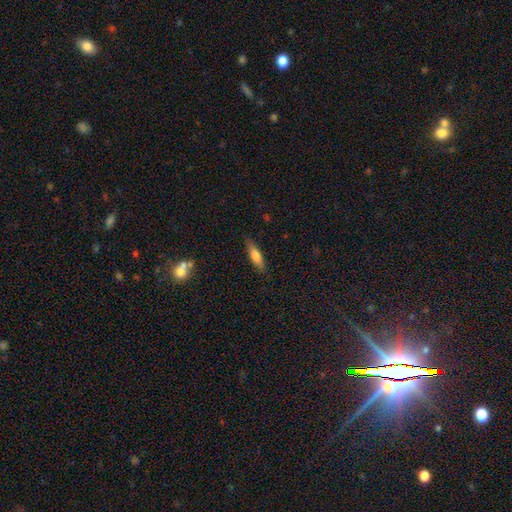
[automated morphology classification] Overall: smooth (66%). How rounded: cigar-shaped (64%; in between 34%). Merging: none (83%).